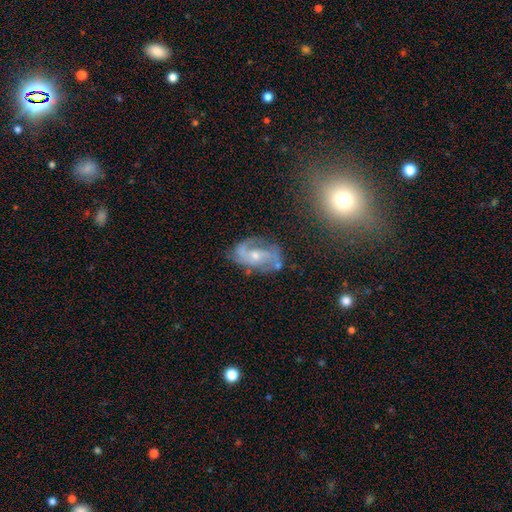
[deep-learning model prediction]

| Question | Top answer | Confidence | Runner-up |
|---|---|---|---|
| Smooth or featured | featured or disk | 81% | smooth (11%) |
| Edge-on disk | no | 97% | yes (3%) |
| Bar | no | 51% | weak (37%) |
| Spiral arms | yes | 92% | no (8%) |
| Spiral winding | medium | 47% | loose (33%) |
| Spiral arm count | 2 | 76% | can't tell (9%) |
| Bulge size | small | 51% | moderate (45%) |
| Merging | none | 63% | minor disturbance (22%) |